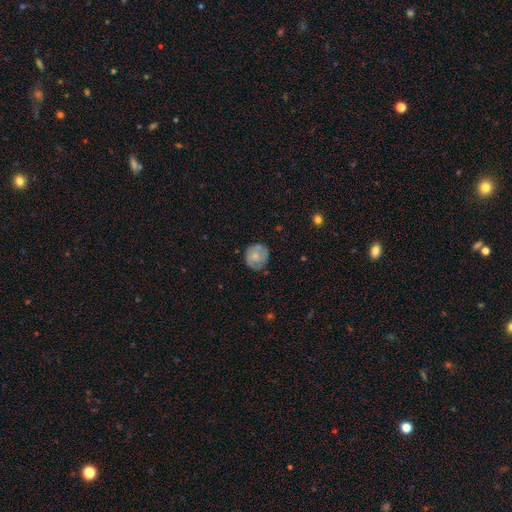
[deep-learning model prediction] smooth 59%, featured or disk 34%, star or artifact 7%. Down the decision tree: how rounded — round (83%); merging — none (69%).